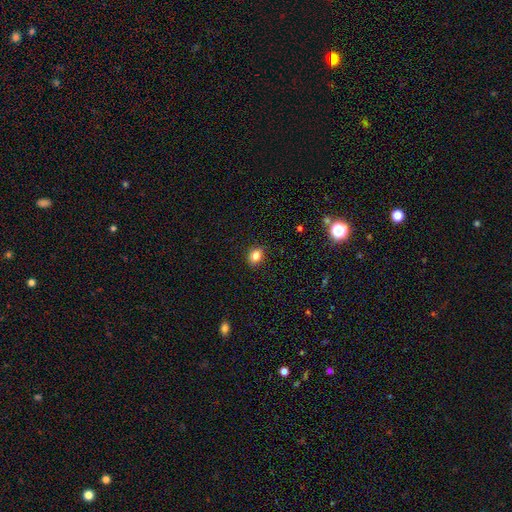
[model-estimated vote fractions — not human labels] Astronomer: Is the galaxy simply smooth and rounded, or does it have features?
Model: smooth — 82%.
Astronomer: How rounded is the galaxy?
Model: in between — 51% (runner-up: round, 47%).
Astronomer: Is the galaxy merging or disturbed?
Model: none — 88%.